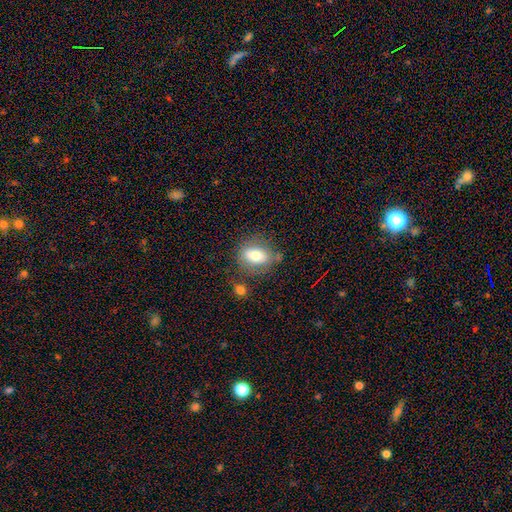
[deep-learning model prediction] The model was most divided on "how rounded": in between: 64%, round: 33%, cigar-shaped: 3%. More confident: smooth or featured — smooth (66%); merging — none (65%).